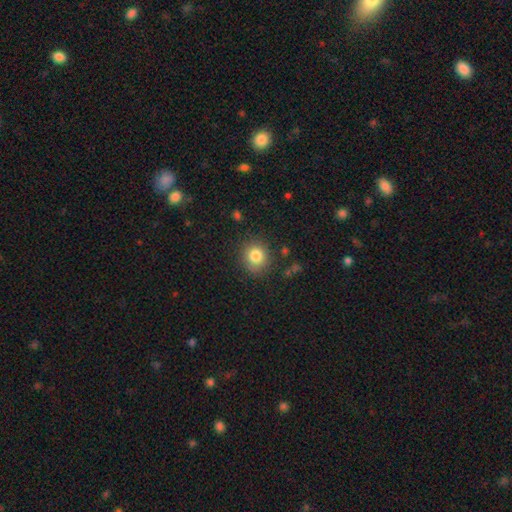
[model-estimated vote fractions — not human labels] A smooth galaxy with no disk features (82%) that is round (83%). Merging: none (84%).